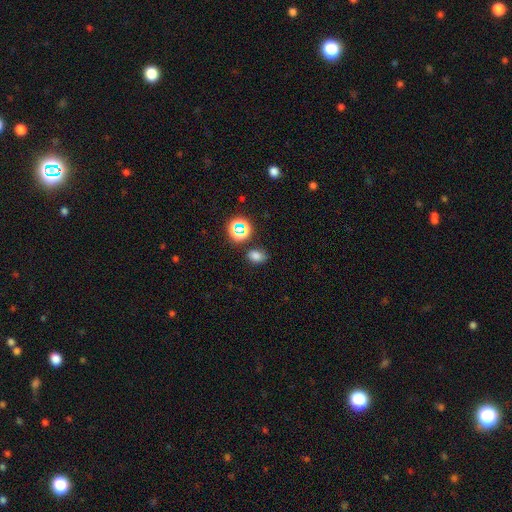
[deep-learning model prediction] The model was most divided on "how rounded": in between: 66%, round: 33%, cigar-shaped: 1%. More confident: merging — none (75%); smooth or featured — smooth (71%).